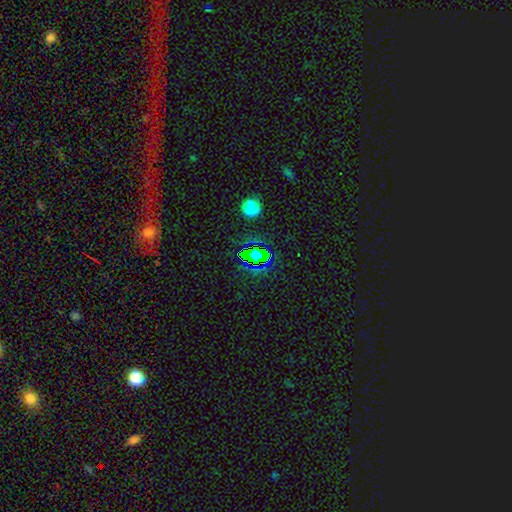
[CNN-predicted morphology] smooth-or-featured: star or artifact: 70% | smooth: 20% | featured or disk: 10%